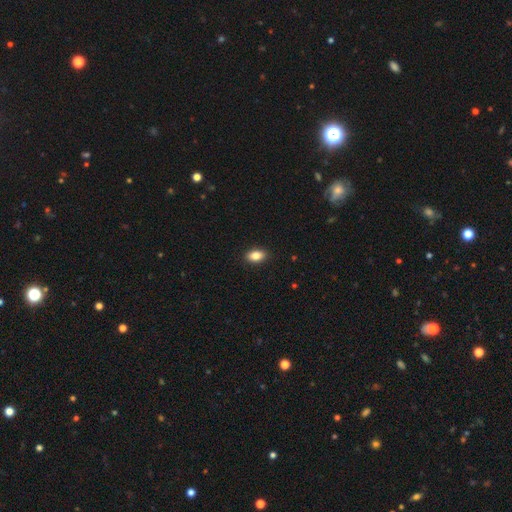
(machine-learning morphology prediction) smooth-or-featured: smooth: 85% | star or artifact: 8% | featured or disk: 7%
  how-rounded: in between: 89% | round: 9% | cigar-shaped: 2%
  merging: none: 90% | minor disturbance: 7% | major disturbance: 2% | merger: 1%